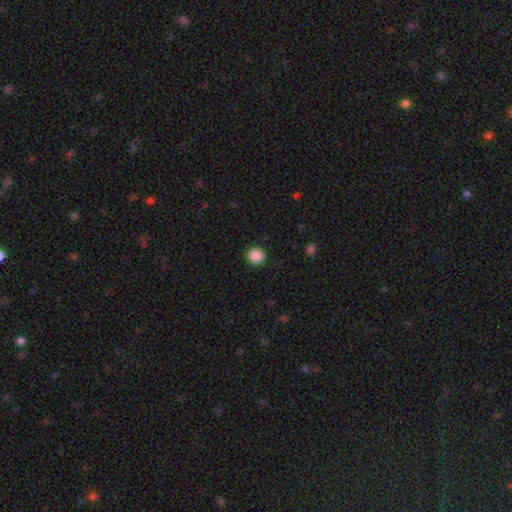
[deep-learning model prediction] A smooth galaxy with no disk features (88%) that is round (91%).

Vote fractions:
- Smooth or featured? smooth: 88% / star or artifact: 10% / featured or disk: 3%
- How rounded? round: 91% / in between: 8% / cigar-shaped: 1%
- Merging? none: 92% / minor disturbance: 5% / major disturbance: 2% / merger: 1%